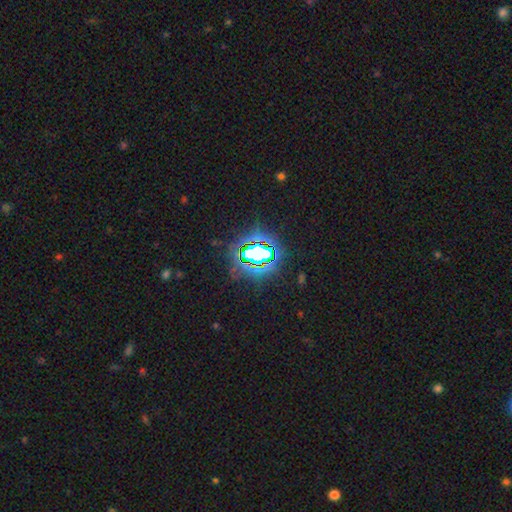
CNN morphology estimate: Smooth or featured? Predicted: star or artifact (p=0.72).